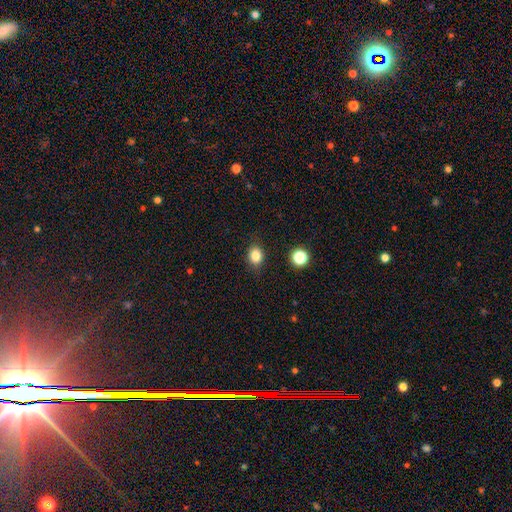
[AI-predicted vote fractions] smooth 83%, star or artifact 11%, featured or disk 6%. Down the decision tree: how rounded — in between (53%); merging — none (83%).